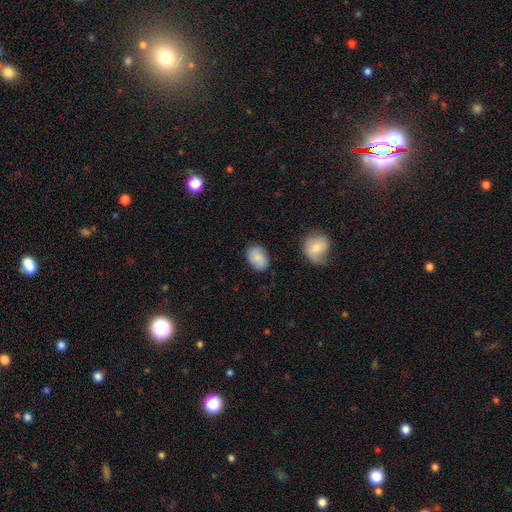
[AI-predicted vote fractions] smooth-or-featured: smooth: 87% | star or artifact: 7% | featured or disk: 6%
  how-rounded: in between: 80% | round: 19% | cigar-shaped: 1%
  merging: none: 82% | minor disturbance: 13% | major disturbance: 3% | merger: 2%